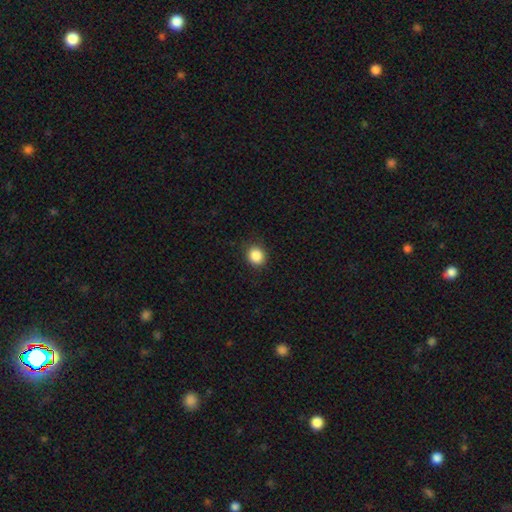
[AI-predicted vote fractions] A smooth galaxy with no disk features (88%) that is round (82%). Merging: none (89%).